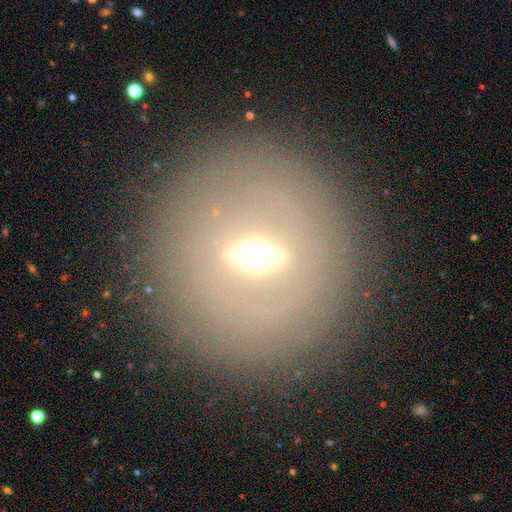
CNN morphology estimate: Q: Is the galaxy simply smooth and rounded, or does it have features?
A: featured or disk — 51%.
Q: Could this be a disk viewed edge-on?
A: yes — 56%.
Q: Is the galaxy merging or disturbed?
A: none — 77%.